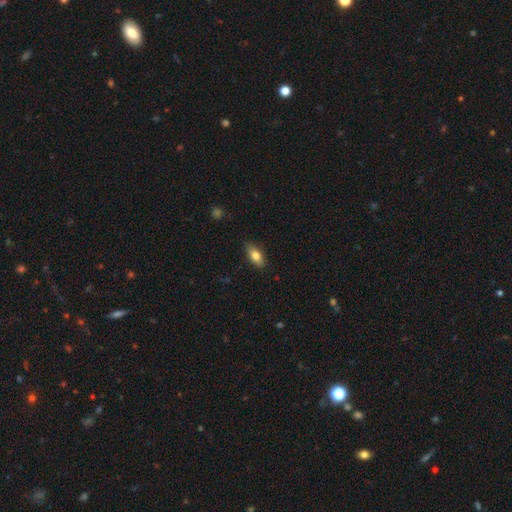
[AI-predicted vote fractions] smooth_or_featured: smooth (p=0.77) [alt: featured or disk p=0.16]
how_rounded: in between (p=0.84) [alt: cigar-shaped p=0.12]
merging: none (p=0.84) [alt: minor disturbance p=0.13]